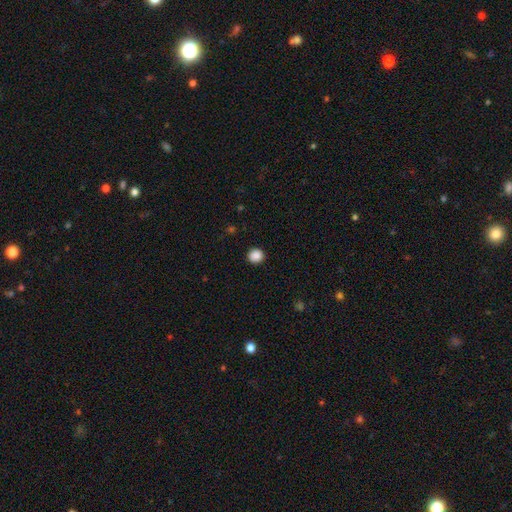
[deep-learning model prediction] Smooth or featured? Predicted: smooth (p=0.88). How rounded? Predicted: round (p=0.93). Merging? Predicted: none (p=0.93).